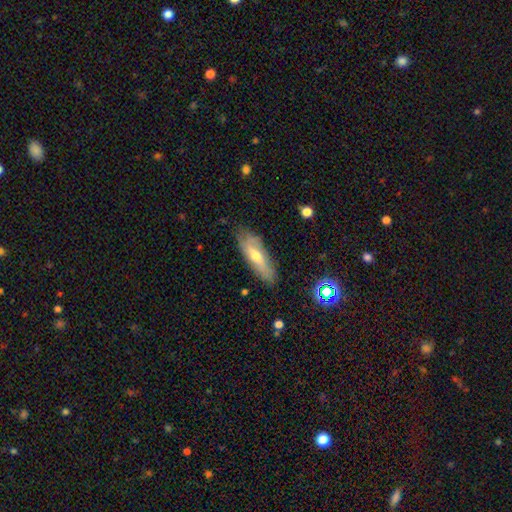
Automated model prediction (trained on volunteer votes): This is possibly a smooth galaxy (50%). How rounded: possibly cigar-shaped (49%, tied with in between). Merging: likely none (75%).